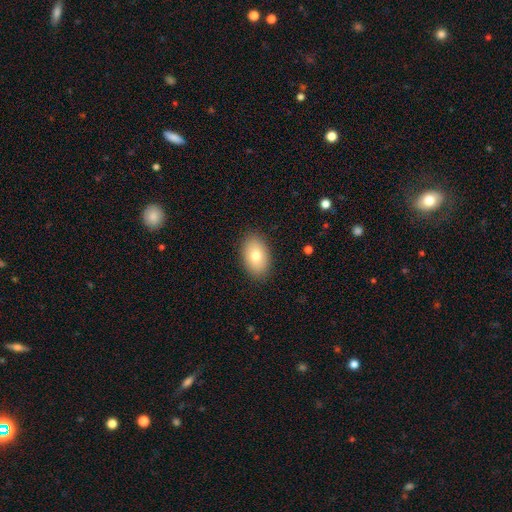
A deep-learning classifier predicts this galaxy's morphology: smooth 77%, featured or disk 15%, star or artifact 8%. Down the decision tree: how rounded — in between (89%); merging — none (88%).